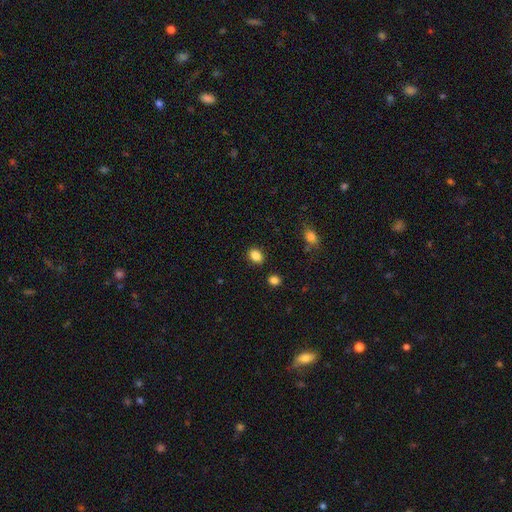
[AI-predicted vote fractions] This appears to be a smooth galaxy with no disk features (86%) that is in between round and cigar-shaped (69%). Merging: none (84%).